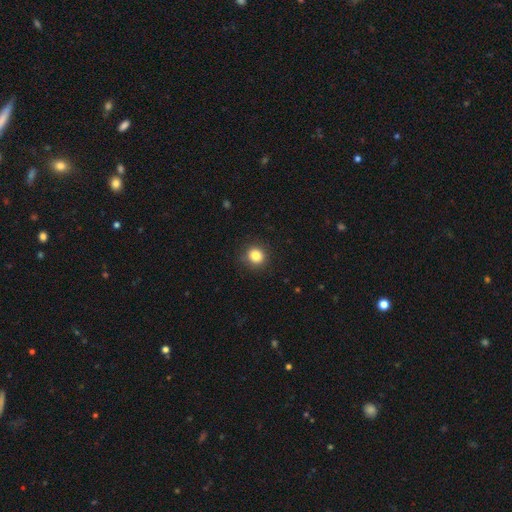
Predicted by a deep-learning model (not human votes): Smooth or featured? Predicted: smooth (p=0.84). How rounded? Predicted: round (p=0.90). Merging? Predicted: none (p=0.89).